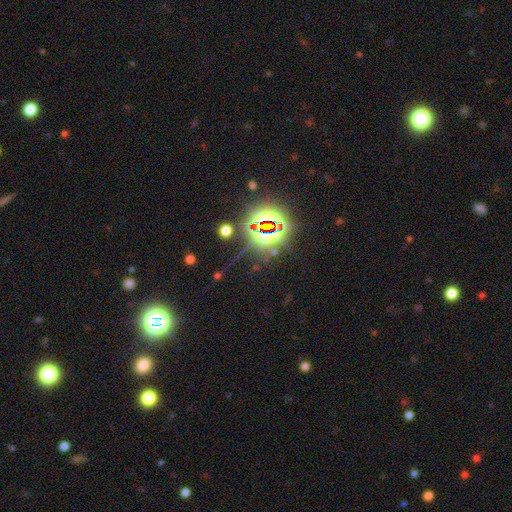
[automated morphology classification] smooth-or-featured: star or artifact: 81% | smooth: 11% | featured or disk: 8%